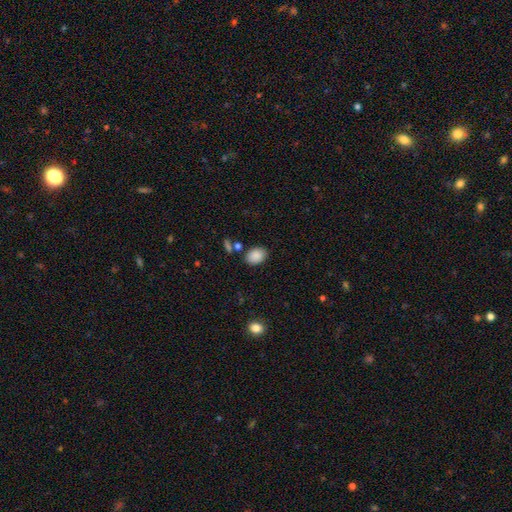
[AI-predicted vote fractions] smooth_or_featured: smooth (p=0.88) [alt: star or artifact p=0.08]
how_rounded: in between (p=0.78) [alt: round p=0.20]
merging: none (p=0.81) [alt: minor disturbance p=0.11]